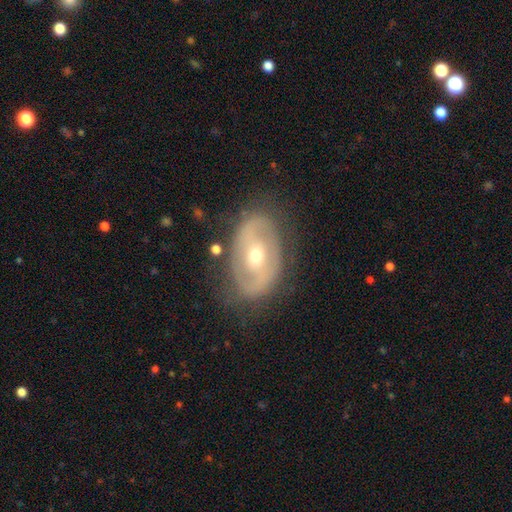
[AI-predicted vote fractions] A featured or disk galaxy (76%) with no bar (40%), spiral arms (64%) and a moderate central bulge (59%).

Vote fractions:
- Smooth or featured? featured or disk: 76% / smooth: 18% / star or artifact: 7%
- Edge-on disk? no: 94% / yes: 6%
- Bar? no: 40% / weak: 35% / strong: 24%
- Spiral arms? yes: 64% / no: 36%
- Bulge size? moderate: 59% / small: 37% / large: 3% / dominant: 1% / none: 1%
- Merging? none: 76% / minor disturbance: 15% / major disturbance: 6% / merger: 2%